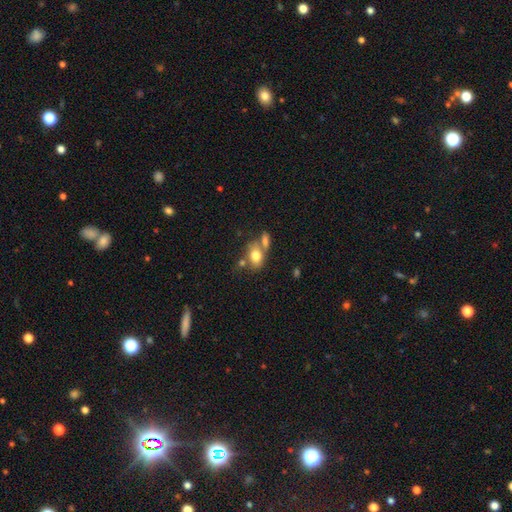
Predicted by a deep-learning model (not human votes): Overall: smooth (75%). How rounded: in between (77%). Merging: none (43%; merger 38%).